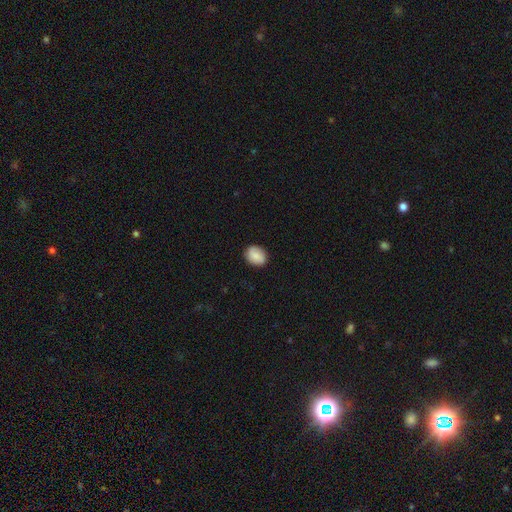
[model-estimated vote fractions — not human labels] Smooth or featured? smooth (79%)
How rounded? round (51%)
Merging? none (86%)